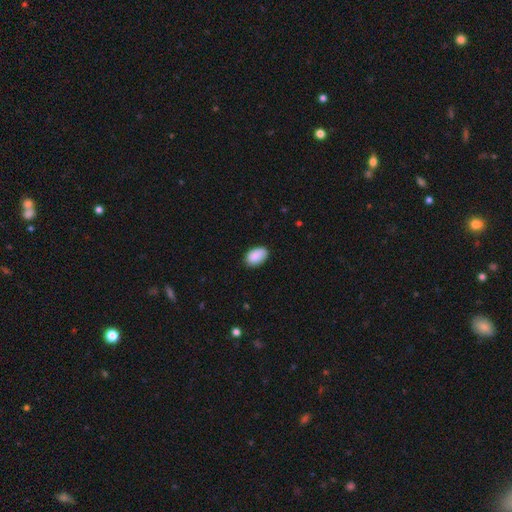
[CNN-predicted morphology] smooth 89%, star or artifact 7%, featured or disk 4%. Down the decision tree: how rounded — in between (91%); merging — none (80%).